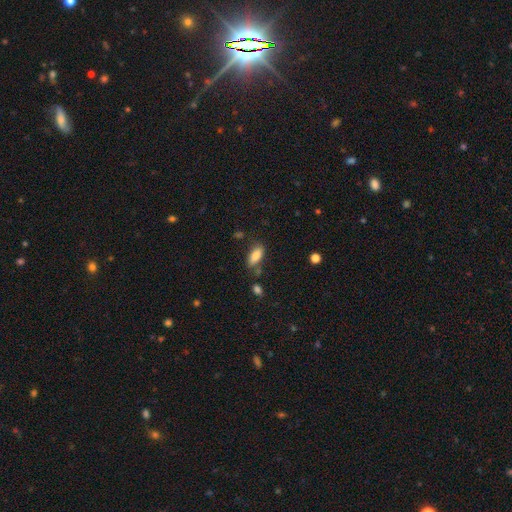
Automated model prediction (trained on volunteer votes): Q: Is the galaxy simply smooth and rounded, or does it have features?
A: smooth — 83%.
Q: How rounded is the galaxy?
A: in between — 83%.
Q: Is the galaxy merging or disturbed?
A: none — 71%.